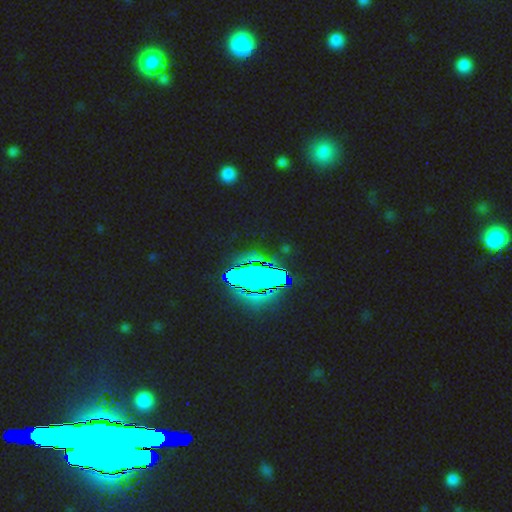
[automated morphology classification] This appears to be a star or artifact, not a galaxy (78%).